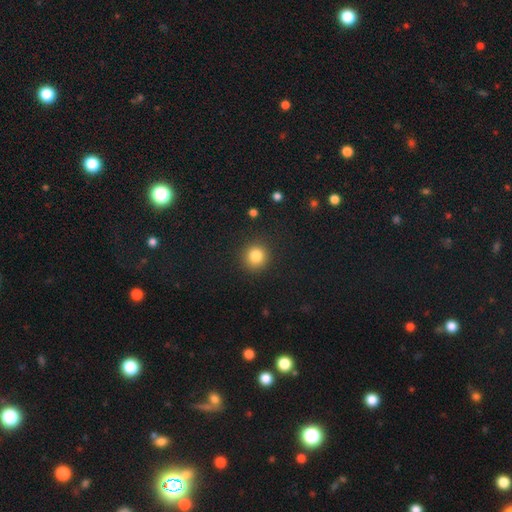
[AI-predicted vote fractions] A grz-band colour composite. It shows a smooth galaxy with no disk features (83%) that is round (92%). Merging: none (90%).